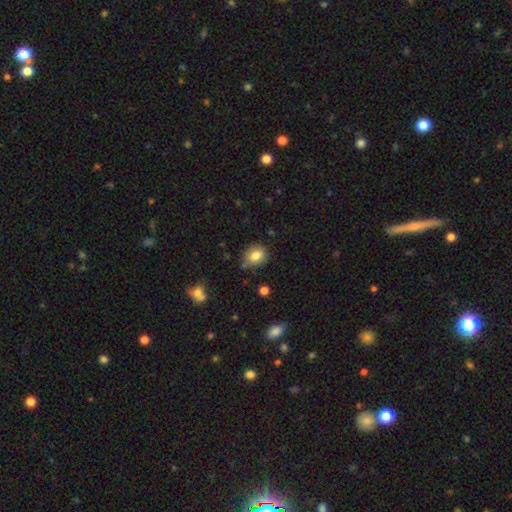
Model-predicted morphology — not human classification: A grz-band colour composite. It shows a smooth galaxy with no disk features (81%) that is in between round and cigar-shaped (56%). Merging: none (72%).